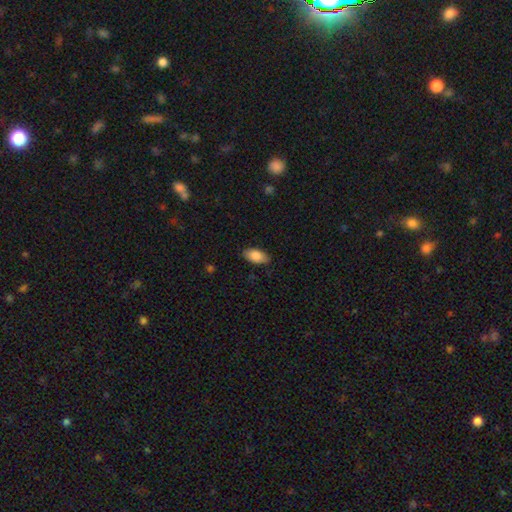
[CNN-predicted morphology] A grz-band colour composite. It shows a smooth galaxy with no disk features (86%) that is in between round and cigar-shaped (93%). Merging: none (85%).